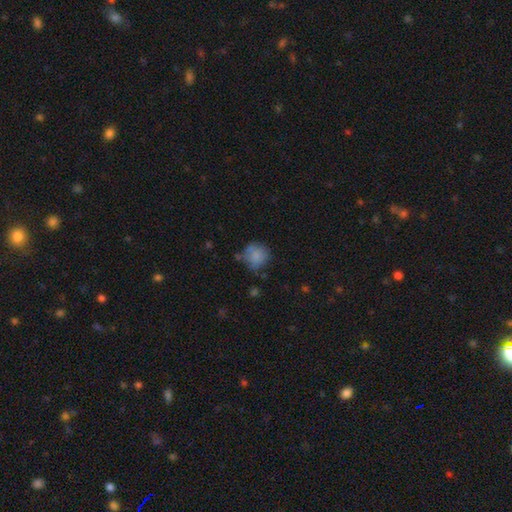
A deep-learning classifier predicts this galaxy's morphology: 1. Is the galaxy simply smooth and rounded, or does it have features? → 77% smooth, 14% featured or disk, 10% star or artifact.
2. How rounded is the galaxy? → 84% round, 15% in between, 1% cigar-shaped.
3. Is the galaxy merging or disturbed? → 59% none, 25% minor disturbance, 10% major disturbance, 6% merger.